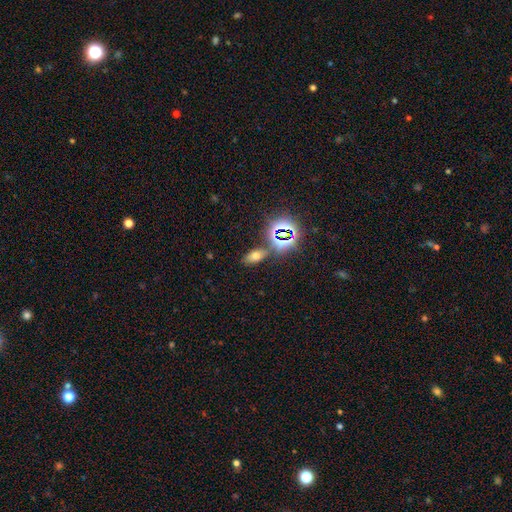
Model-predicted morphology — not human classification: A smooth galaxy with no disk features (57%) that is in between round and cigar-shaped (82%).

Vote fractions:
- Smooth or featured? smooth: 57% / star or artifact: 30% / featured or disk: 13%
- How rounded? in between: 82% / cigar-shaped: 9% / round: 9%
- Merging? none: 78% / minor disturbance: 11% / merger: 8% / major disturbance: 4%